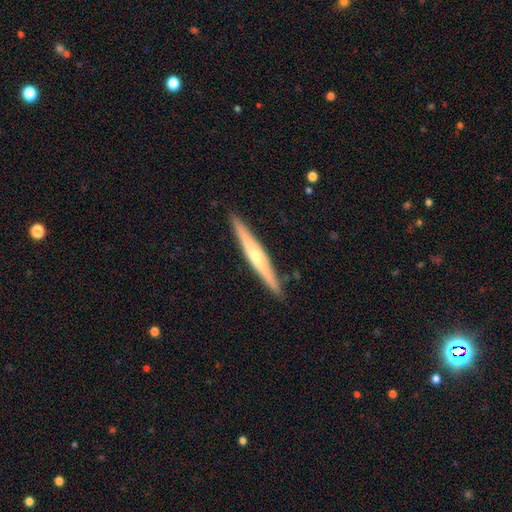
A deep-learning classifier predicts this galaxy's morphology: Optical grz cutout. It shows a featured or disk galaxy (68%) viewed edge-on (96%) with a rounded central bulge (76%). Merging: none (91%).